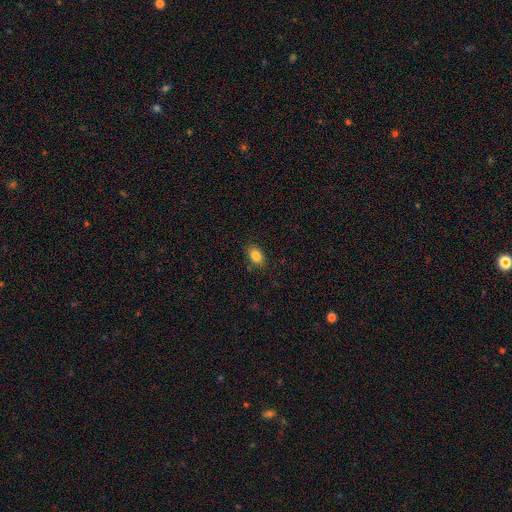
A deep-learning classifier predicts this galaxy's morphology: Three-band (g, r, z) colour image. It shows a smooth galaxy with no disk features (83%) that is in between round and cigar-shaped (86%). Merging: none (83%).